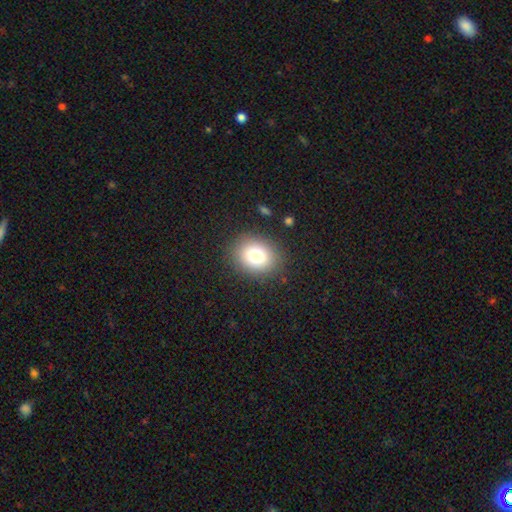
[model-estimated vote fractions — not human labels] smooth_or_featured: smooth (p=0.77) [alt: star or artifact p=0.12]
how_rounded: round (p=0.58) [alt: in between p=0.42]
merging: none (p=0.86) [alt: minor disturbance p=0.09]